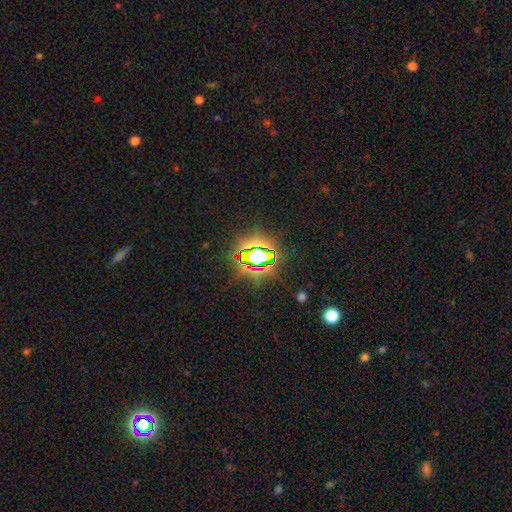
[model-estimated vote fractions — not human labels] Q: Smooth or featured?
A: star or artifact (75%); runner-up: smooth (15%)